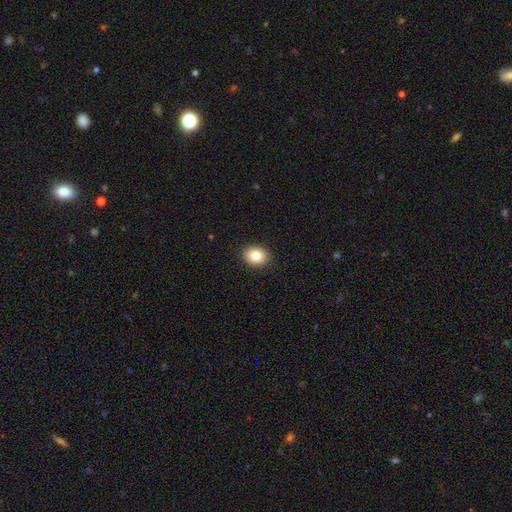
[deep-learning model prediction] This is clearly a smooth galaxy (84%). How rounded: possibly in between (59%). Merging: clearly none (90%).